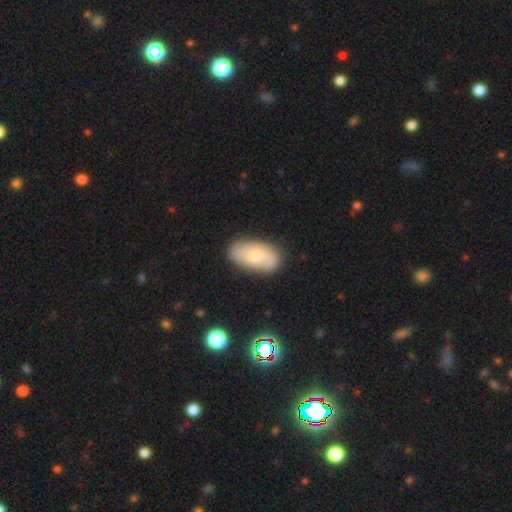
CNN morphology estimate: Smooth or featured? Predicted: smooth (p=0.50). How rounded? Predicted: in between (p=0.93). Merging? Predicted: none (p=0.80).